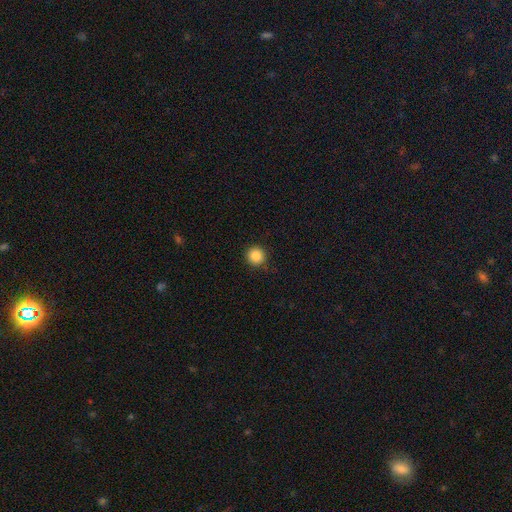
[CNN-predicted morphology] A smooth galaxy with no disk features (86%) that is round (94%).

Vote fractions:
- Smooth or featured? smooth: 86% / star or artifact: 10% / featured or disk: 4%
- How rounded? round: 94% / in between: 5% / cigar-shaped: 1%
- Merging? none: 90% / minor disturbance: 7% / major disturbance: 2% / merger: 1%